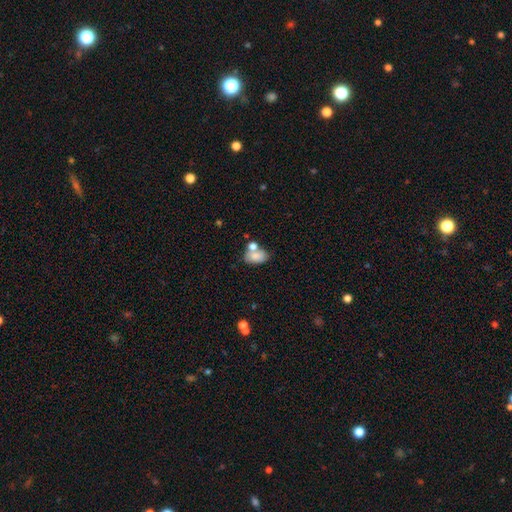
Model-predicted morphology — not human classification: type=smooth (78%); roundness=in between (88%); merging=none (42%).